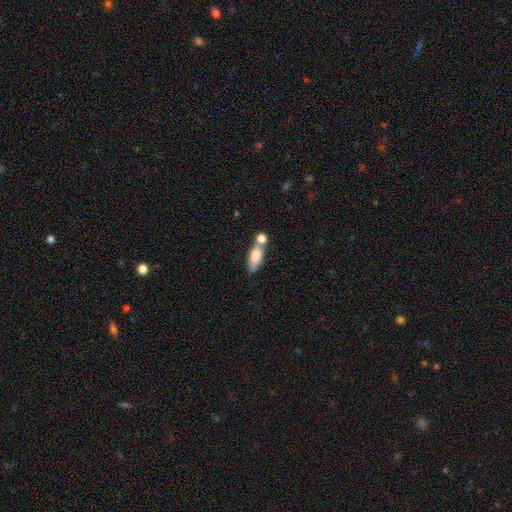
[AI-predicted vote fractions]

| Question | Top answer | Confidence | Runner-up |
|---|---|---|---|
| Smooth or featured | smooth | 79% | featured or disk (13%) |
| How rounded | in between | 74% | cigar-shaped (21%) |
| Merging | none | 41% | tied: merger (41%) |